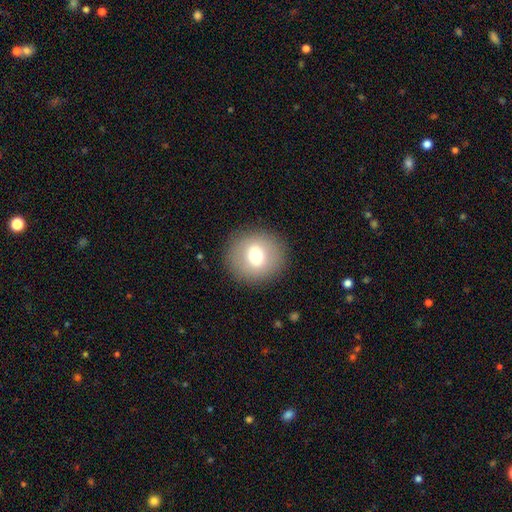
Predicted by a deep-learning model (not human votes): Morphology: type=smooth (69%); roundness=round (88%); merging=none (89%).